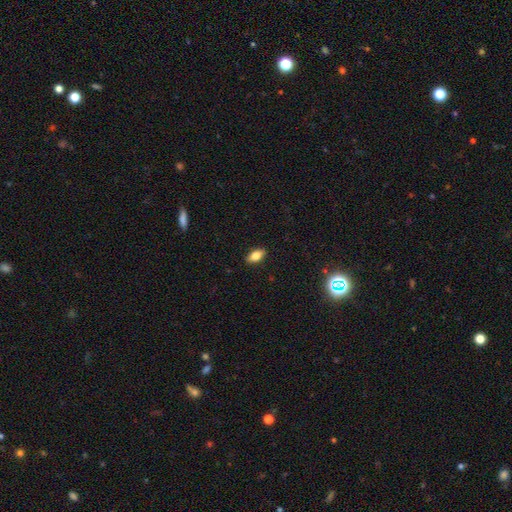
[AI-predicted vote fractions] A smooth galaxy with no disk features (78%) that is in between round and cigar-shaped (88%). Merging: none (88%).